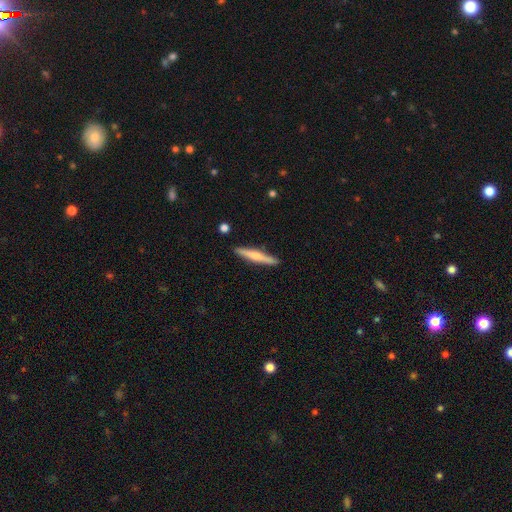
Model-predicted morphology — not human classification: smooth-or-featured: smooth: 52% | featured or disk: 43% | star or artifact: 6%
  how-rounded: cigar-shaped: 93% | in between: 5% | round: 2%
  merging: none: 88% | minor disturbance: 8% | merger: 2% | major disturbance: 2%